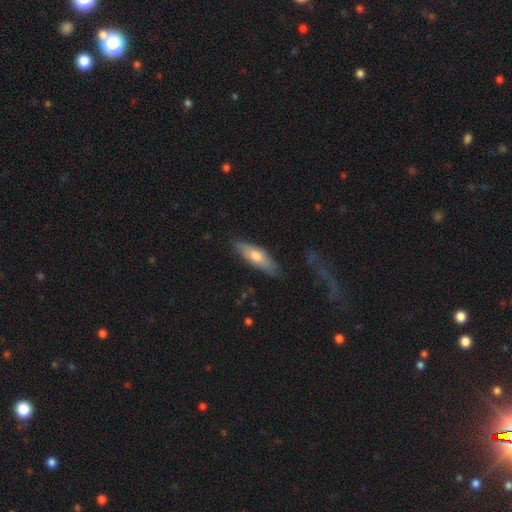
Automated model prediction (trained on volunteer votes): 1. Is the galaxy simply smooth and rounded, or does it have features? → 61% smooth, 33% featured or disk, 6% star or artifact.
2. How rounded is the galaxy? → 51% cigar-shaped, 47% in between, 2% round.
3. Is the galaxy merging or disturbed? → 80% none, 15% minor disturbance, 3% major disturbance, 2% merger.